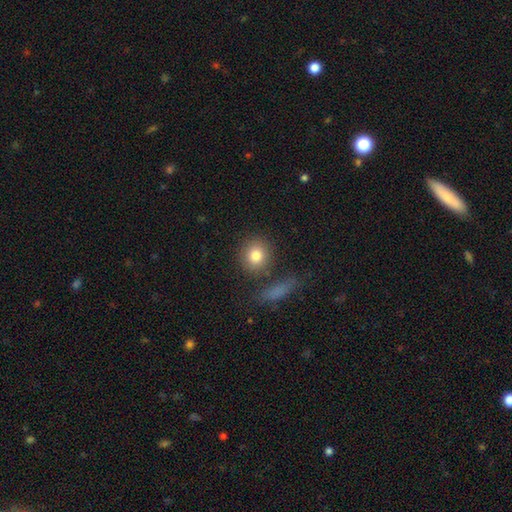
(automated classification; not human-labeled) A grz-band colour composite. It shows a smooth galaxy with no disk features (82%) that is round (85%). Merging: none (80%).